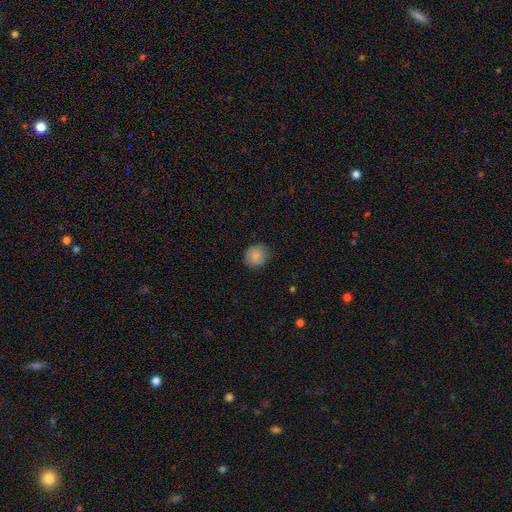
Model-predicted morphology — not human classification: A smooth galaxy with no disk features (85%) that is round (84%).

Vote fractions:
- Smooth or featured? smooth: 85% / star or artifact: 8% / featured or disk: 7%
- How rounded? round: 84% / in between: 15% / cigar-shaped: 1%
- Merging? none: 81% / minor disturbance: 15% / major disturbance: 3% / merger: 1%